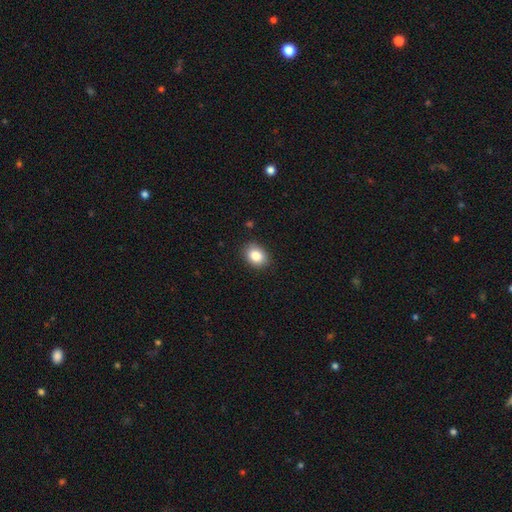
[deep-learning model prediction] Smooth or featured: smooth — 86% (star or artifact — 9%)
How rounded: in between — 66% (round — 34%)
Merging: none — 86% (minor disturbance — 11%)